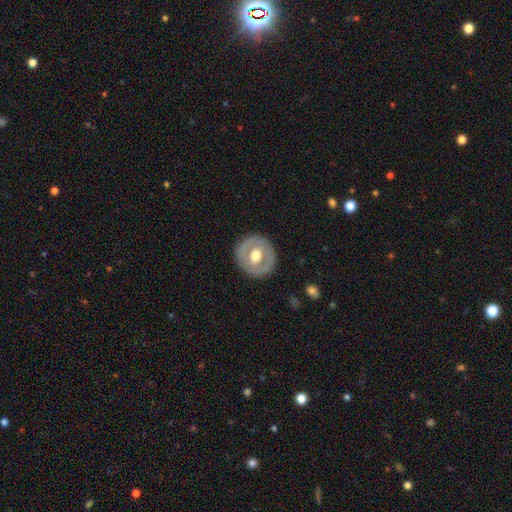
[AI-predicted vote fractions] Overall: featured or disk (56%; smooth 40%). Edge-on disk: no (95%). Bar: no (75%). Spiral arms: no (86%). Bulge size: moderate (65%; large 29%). Merging: none (86%).